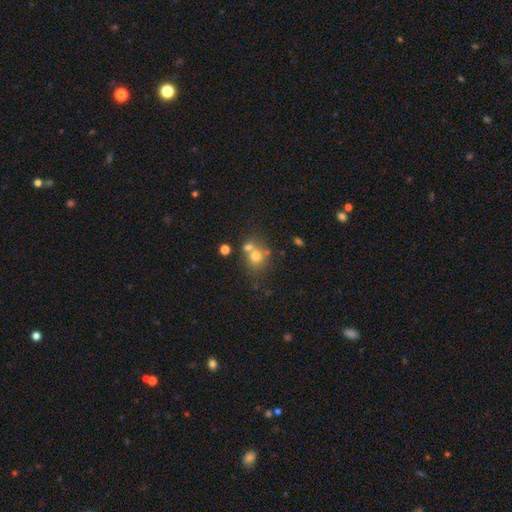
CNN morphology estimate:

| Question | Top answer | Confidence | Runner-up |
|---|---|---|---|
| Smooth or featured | smooth | 67% | featured or disk (17%) |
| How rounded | round | 76% | in between (23%) |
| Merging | none | 45% | merger (39%) |